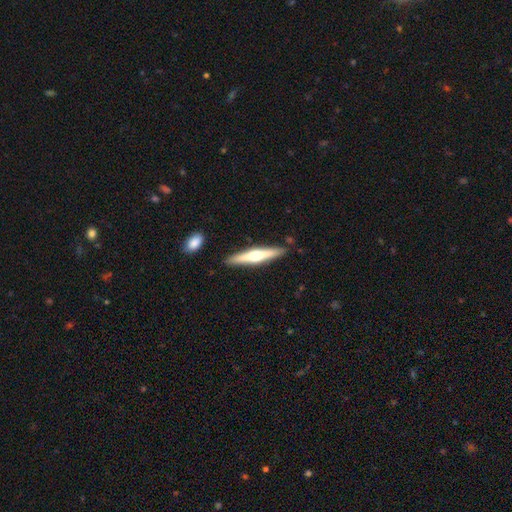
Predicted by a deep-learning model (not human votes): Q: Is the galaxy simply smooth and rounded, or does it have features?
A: featured or disk — 58%.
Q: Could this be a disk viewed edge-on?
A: yes — 96%.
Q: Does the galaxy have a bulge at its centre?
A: rounded — 89%.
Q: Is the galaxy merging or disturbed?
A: none — 88%.